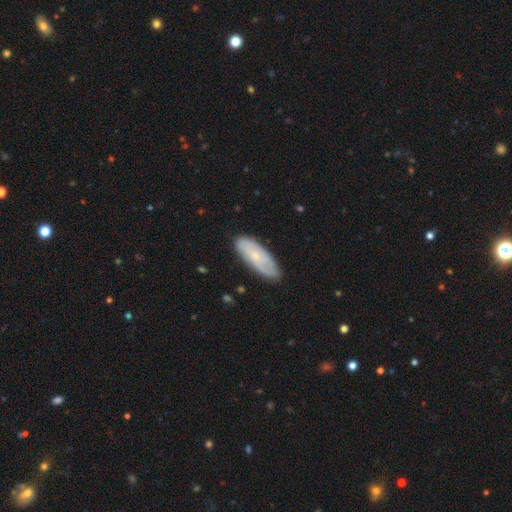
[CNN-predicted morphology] smooth 51%, featured or disk 43%, star or artifact 7%. Down the decision tree: how rounded — in between (70%); merging — none (79%).